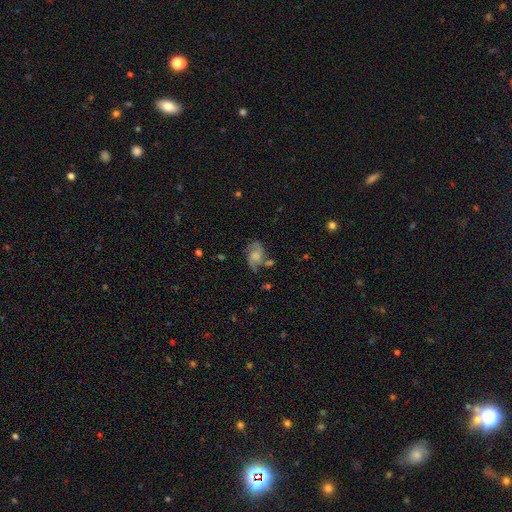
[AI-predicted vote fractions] Q: Smooth or featured?
A: featured or disk (72%); runner-up: smooth (20%)
Q: Edge-on disk?
A: no (97%); runner-up: yes (3%)
Q: Bar?
A: no (64%); runner-up: weak (31%)
Q: Spiral arms?
A: yes (91%); runner-up: no (9%)
Q: Spiral winding?
A: medium (50%); runner-up: loose (28%)
Q: Spiral arm count?
A: 2 (70%); runner-up: can't tell (12%)
Q: Bulge size?
A: moderate (37%); runner-up: small (29%)
Q: Merging?
A: none (51%); runner-up: minor disturbance (22%)